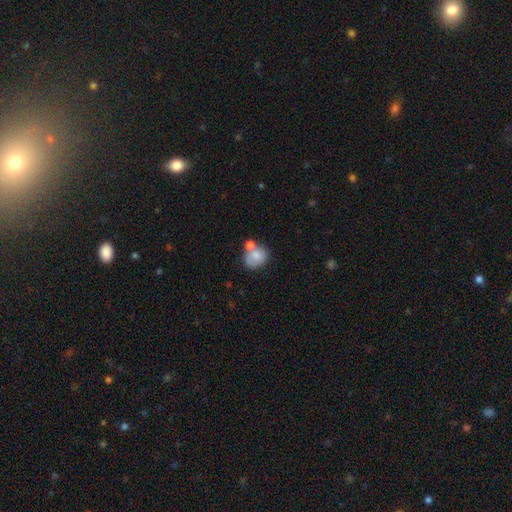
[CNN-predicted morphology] This appears to be a smooth galaxy with no disk features (73%) that is round (62%). Merging: none (42%).